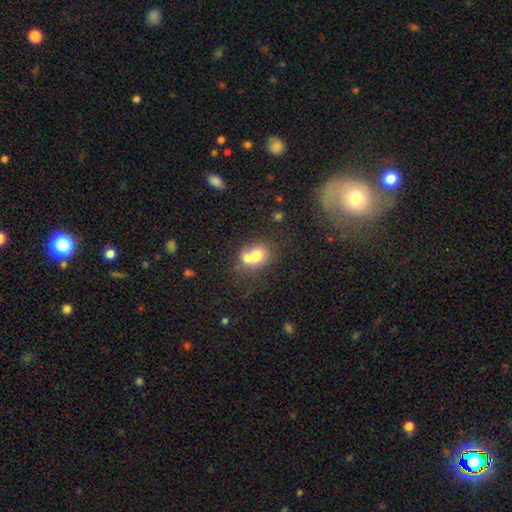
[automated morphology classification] type=smooth (68%); roundness=round (62%); merging=merger (59%).